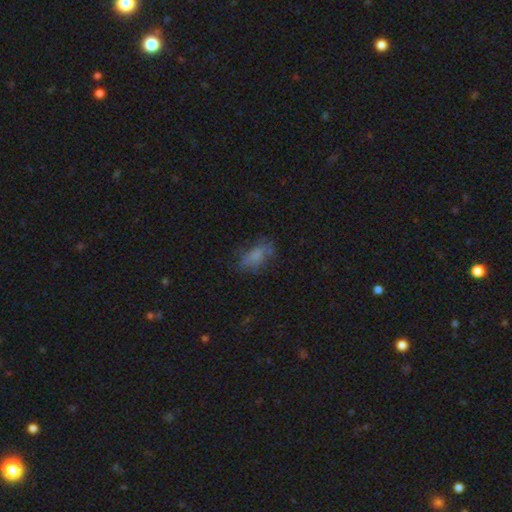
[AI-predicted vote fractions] This is likely a smooth galaxy (61%). How rounded: clearly in between (81%). Merging: possibly none (57%).